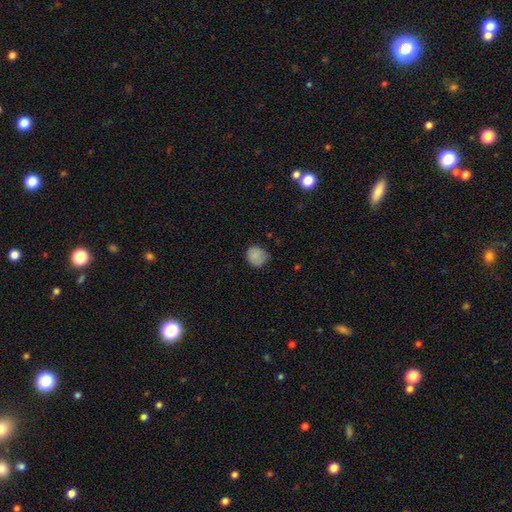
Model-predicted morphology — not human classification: Q: Smooth or featured?
A: smooth (84%); runner-up: star or artifact (10%)
Q: How rounded?
A: round (74%); runner-up: in between (25%)
Q: Merging?
A: none (65%); runner-up: minor disturbance (28%)